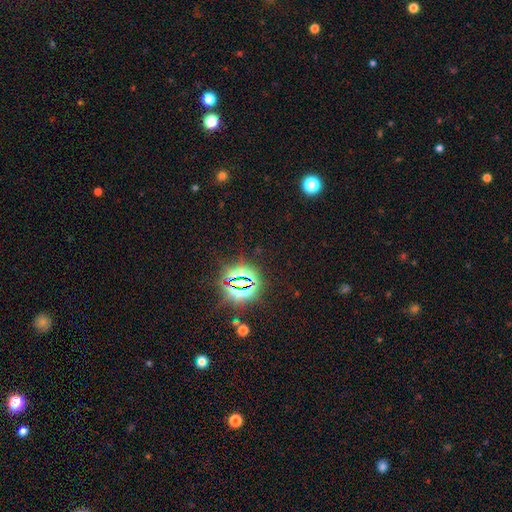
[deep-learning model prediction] This appears to be a star or artifact, not a galaxy (80%).